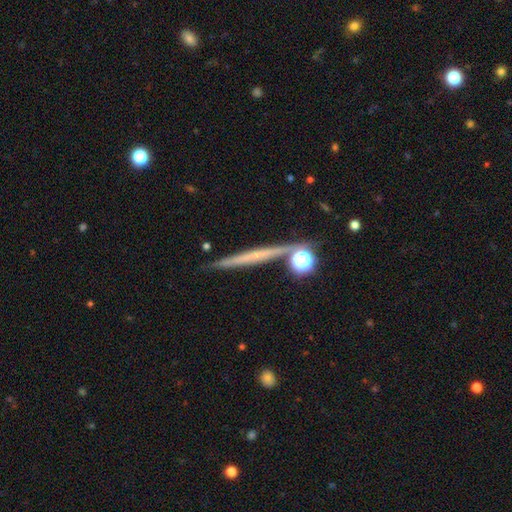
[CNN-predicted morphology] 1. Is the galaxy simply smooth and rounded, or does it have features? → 52% featured or disk, 39% smooth, 9% star or artifact.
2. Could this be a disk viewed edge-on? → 96% yes, 4% no.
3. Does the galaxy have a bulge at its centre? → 85% none, 9% rounded, 5% boxy.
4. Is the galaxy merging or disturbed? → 84% none, 8% minor disturbance, 5% merger, 2% major disturbance.